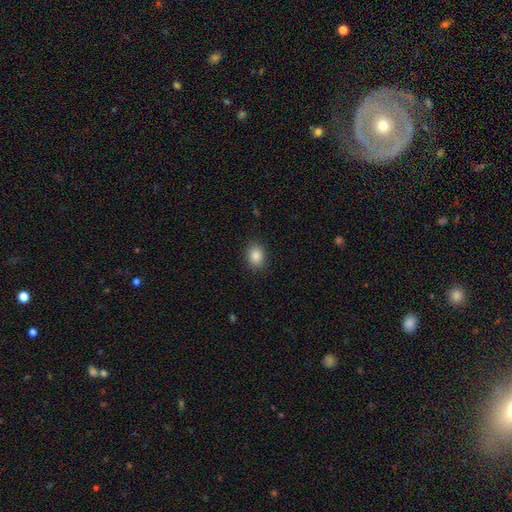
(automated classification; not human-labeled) Smooth or featured? smooth (86%)
How rounded? in between (57%)
Merging? none (88%)